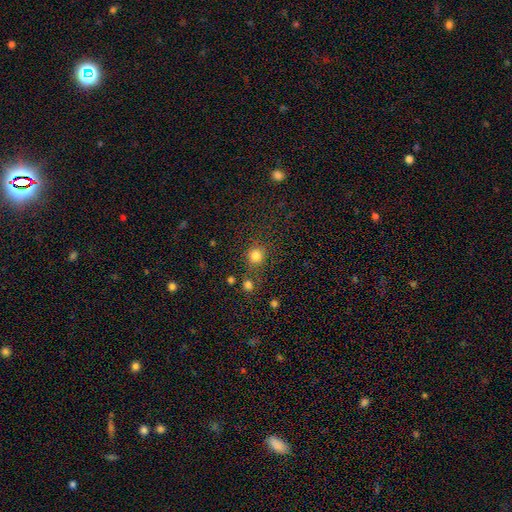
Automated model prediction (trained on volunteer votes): smooth 81%, star or artifact 14%, featured or disk 5%. Down the decision tree: how rounded — round (89%); merging — none (72%).